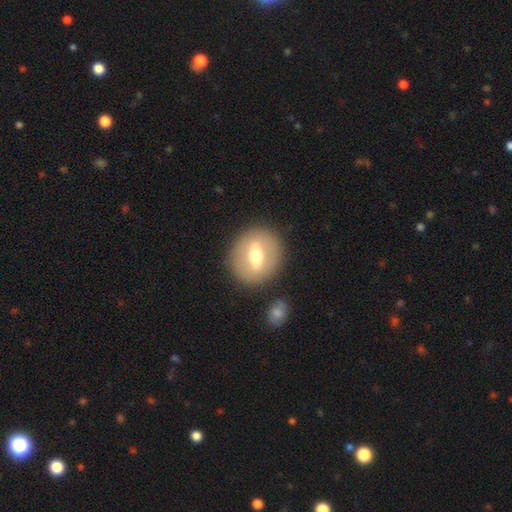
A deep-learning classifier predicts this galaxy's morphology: A featured or disk galaxy (52%). Merging: none (86%).